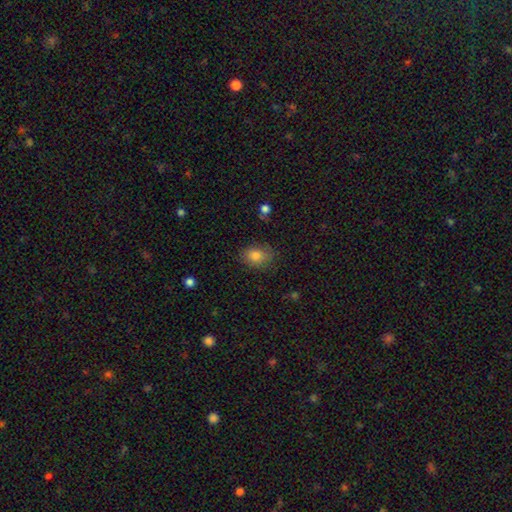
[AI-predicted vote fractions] Morphology: type=smooth (82%); roundness=in between (65%); merging=none (78%).